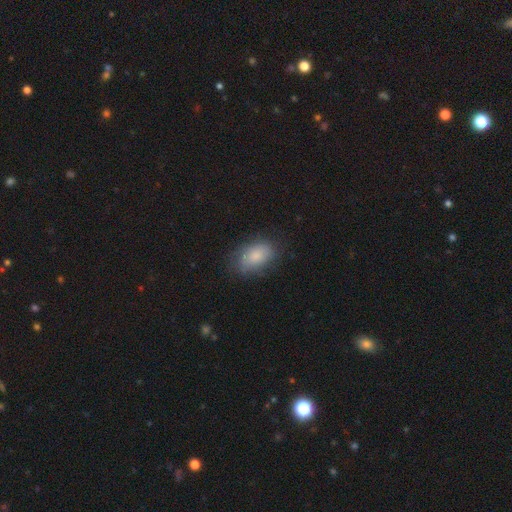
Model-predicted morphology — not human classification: Q: Smooth or featured?
A: smooth (79%); runner-up: featured or disk (13%)
Q: How rounded?
A: in between (89%); runner-up: round (9%)
Q: Merging?
A: none (71%); runner-up: minor disturbance (21%)